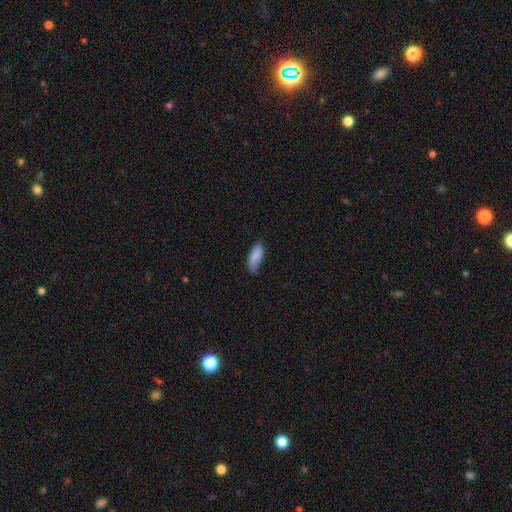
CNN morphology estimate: The model was most divided on "merging": none: 64%, minor disturbance: 29%, major disturbance: 6%, merger: 2%. More confident: smooth or featured — smooth (86%); how rounded — in between (78%).